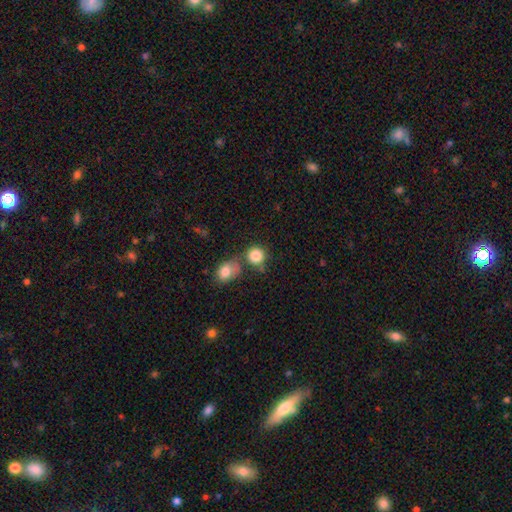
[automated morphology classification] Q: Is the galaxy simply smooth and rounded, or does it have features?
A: smooth — 84%.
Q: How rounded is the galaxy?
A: round — 85%.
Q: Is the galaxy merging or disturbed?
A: none — 54%.